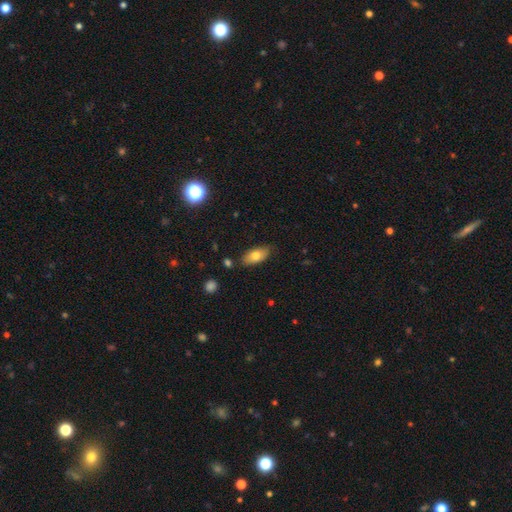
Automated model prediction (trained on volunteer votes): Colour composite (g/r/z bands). It shows a smooth galaxy with no disk features (76%) that is in between round and cigar-shaped (88%). Merging: none (82%).